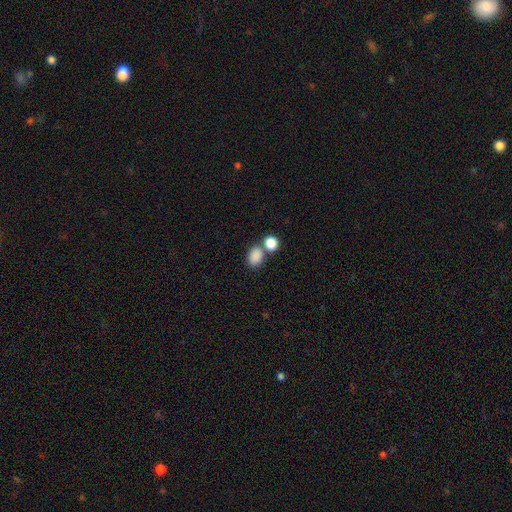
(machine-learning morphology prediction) Smooth or featured? Predicted: smooth (p=0.85). How rounded? Predicted: in between (p=0.67). Merging? Predicted: none (p=0.58).